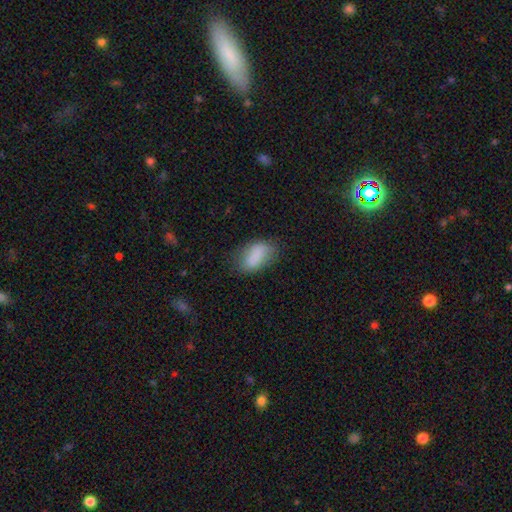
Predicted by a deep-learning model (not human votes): Smooth or featured? Predicted: smooth (p=0.82). How rounded? Predicted: in between (p=0.90). Merging? Predicted: none (p=0.68).